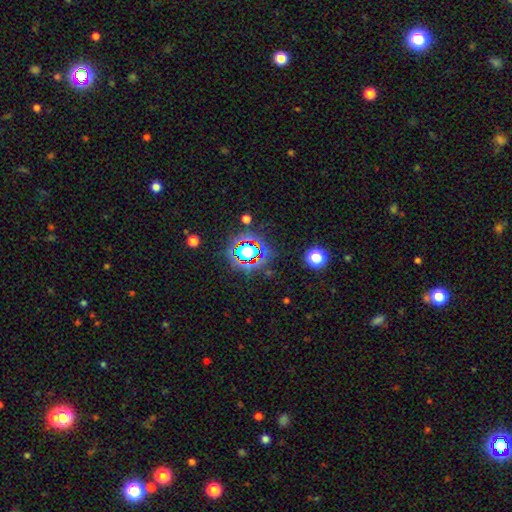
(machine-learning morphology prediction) A star or artifact, not a galaxy (70%).

Vote fractions:
- Smooth or featured? star or artifact: 70% / smooth: 20% / featured or disk: 10%